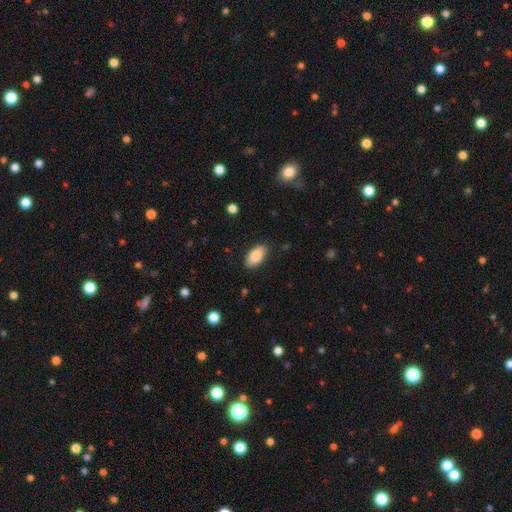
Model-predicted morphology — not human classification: smooth_or_featured: smooth (p=0.85) [alt: featured or disk p=0.08]
how_rounded: in between (p=0.94) [alt: round p=0.03]
merging: none (p=0.84) [alt: minor disturbance p=0.12]